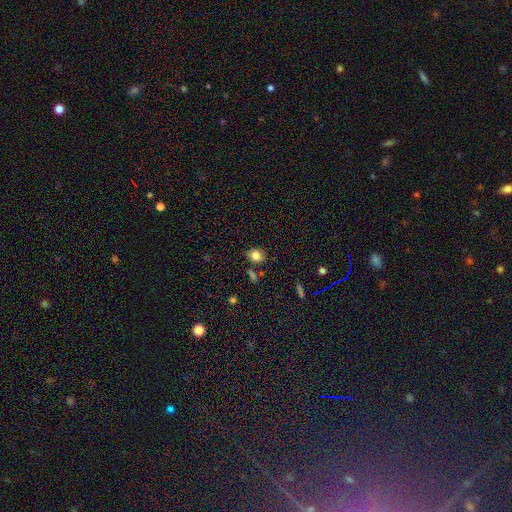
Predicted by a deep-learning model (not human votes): This is clearly a smooth galaxy (81%). How rounded: likely round (72%). Merging: clearly none (82%).